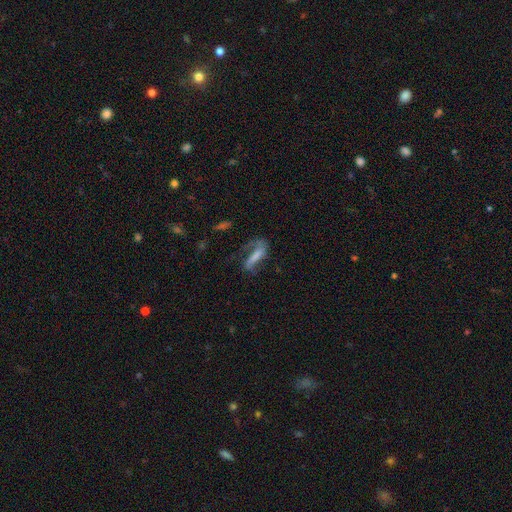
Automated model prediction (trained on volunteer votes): featured or disk 49%, smooth 40%, star or artifact 10%. Down the decision tree: merging — none (38%).